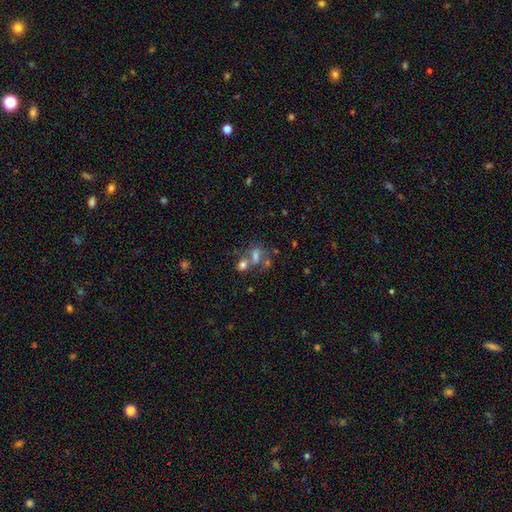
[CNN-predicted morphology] type=smooth (56%); roundness=in between (64%); merging=merger (46%).